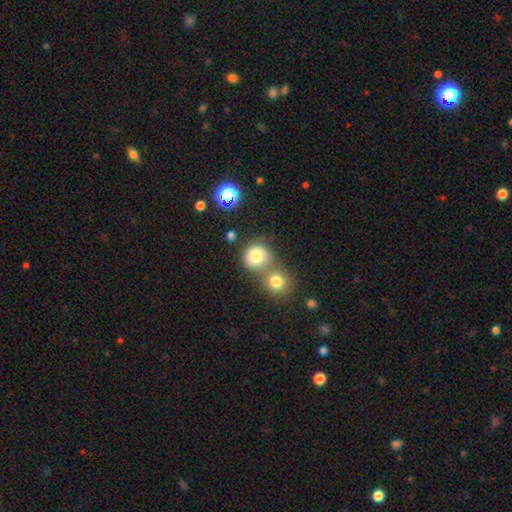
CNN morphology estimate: A smooth galaxy with no disk features (78%) that is round (85%).

Vote fractions:
- Smooth or featured? smooth: 78% / star or artifact: 13% / featured or disk: 9%
- How rounded? round: 85% / in between: 14% / cigar-shaped: 1%
- Merging? none: 45% / merger: 40% / minor disturbance: 10% / major disturbance: 5%